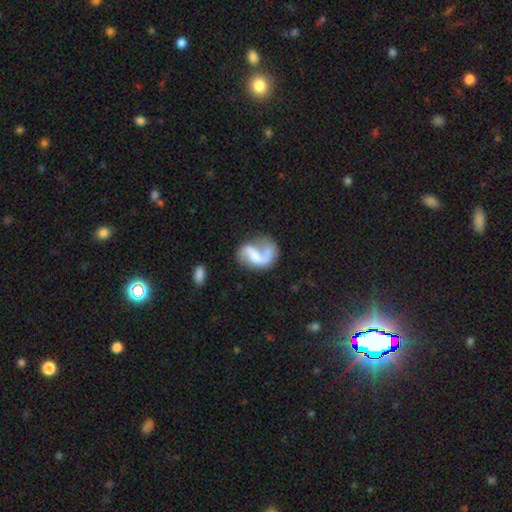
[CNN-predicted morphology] type=featured or disk (75%); edge-on=no (98%); bar=weak (39%); spiral arms=yes (88%); winding=loose (65%); arm count=2 (69%); bulge=none (39%); merging=none (46%).